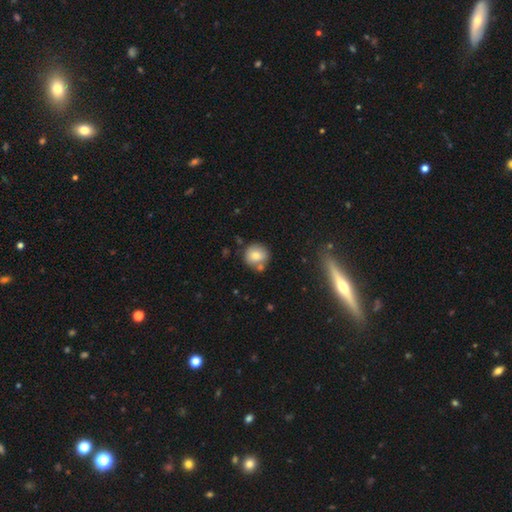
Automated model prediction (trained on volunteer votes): This is likely a smooth galaxy (77%). How rounded: clearly round (90%). Merging: likely none (71%).